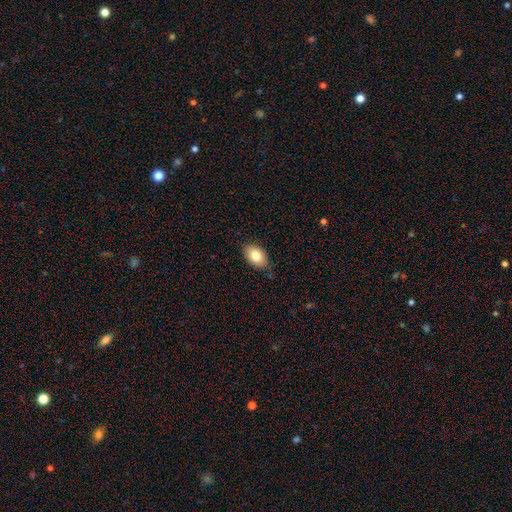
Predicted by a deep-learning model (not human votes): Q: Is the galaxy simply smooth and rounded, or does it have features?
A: smooth — 80%.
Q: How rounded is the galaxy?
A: in between — 89%.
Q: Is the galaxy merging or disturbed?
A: none — 82%.